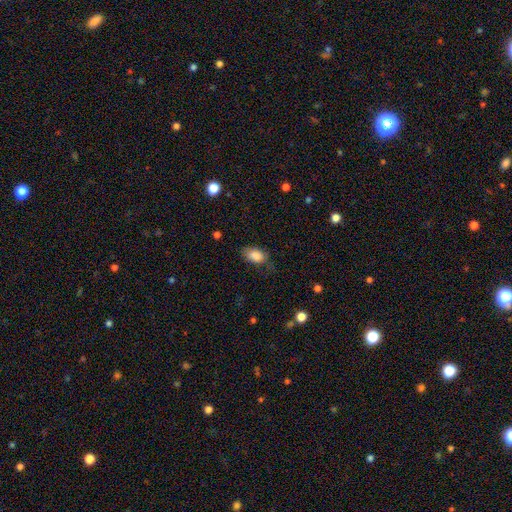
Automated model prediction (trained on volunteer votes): smooth 85%, star or artifact 8%, featured or disk 7%. Down the decision tree: how rounded — in between (90%); merging — none (59%).